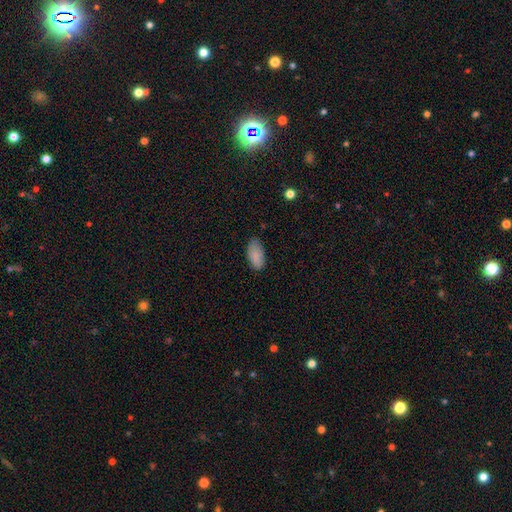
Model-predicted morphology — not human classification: Smooth or featured? smooth (88%)
How rounded? in between (93%)
Merging? none (76%)